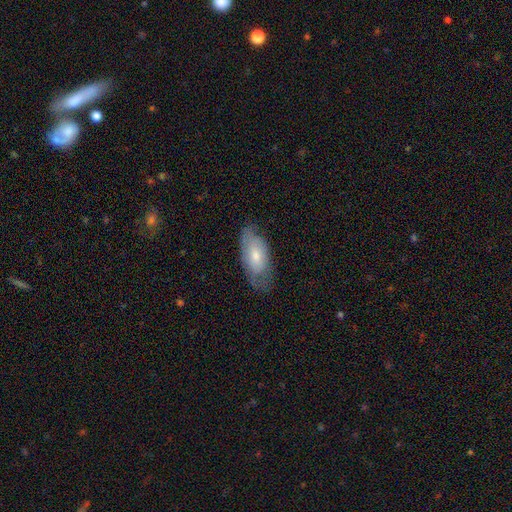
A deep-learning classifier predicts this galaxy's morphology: type=smooth (58%); roundness=in between (88%); merging=none (63%).